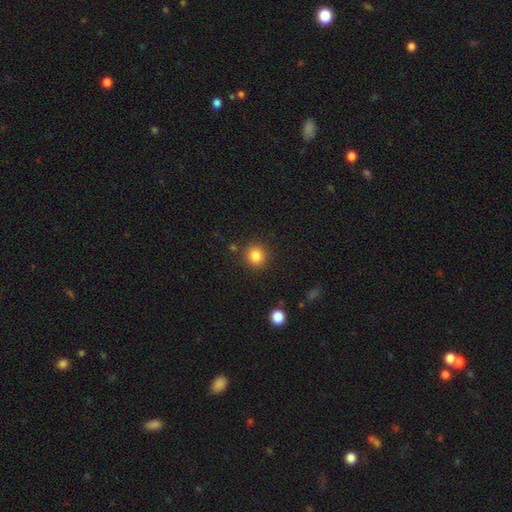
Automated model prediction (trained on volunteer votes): Smooth or featured: smooth — 84% (star or artifact — 11%)
How rounded: round — 90% (in between — 9%)
Merging: none — 88% (minor disturbance — 7%)